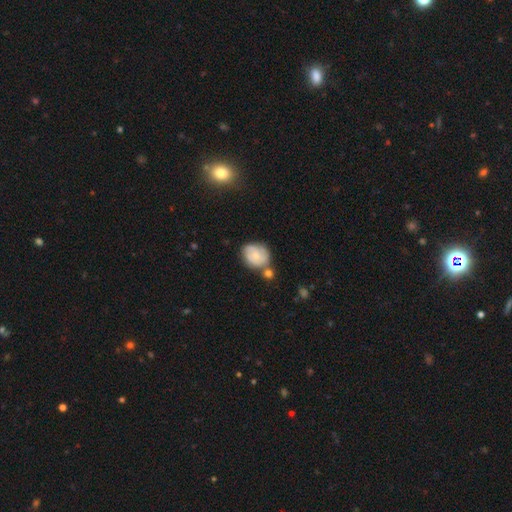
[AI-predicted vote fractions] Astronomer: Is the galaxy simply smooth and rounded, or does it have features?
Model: featured or disk — 47% (runner-up: smooth, 46%).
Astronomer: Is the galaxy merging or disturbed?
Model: none — 50%.